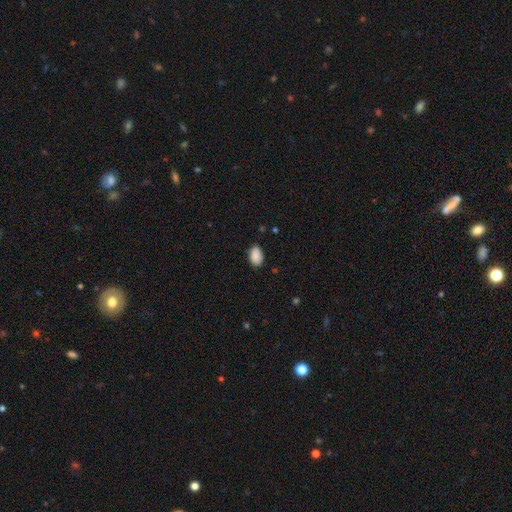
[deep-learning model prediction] smooth_or_featured: smooth (p=0.89) [alt: star or artifact p=0.07]
how_rounded: in between (p=0.90) [alt: round p=0.09]
merging: none (p=0.81) [alt: minor disturbance p=0.15]